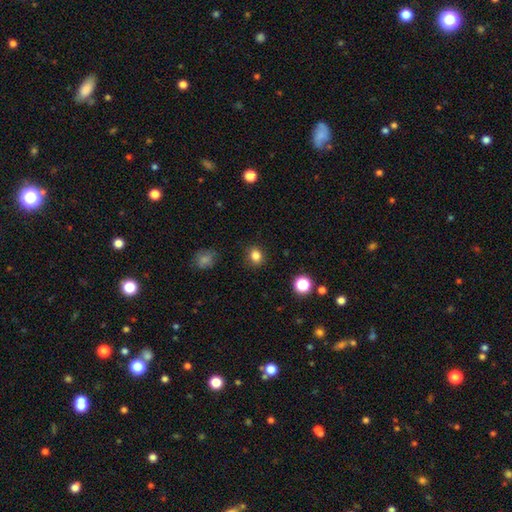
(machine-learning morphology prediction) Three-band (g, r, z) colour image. It shows a smooth galaxy with no disk features (83%) that is round (62%). Merging: none (87%).